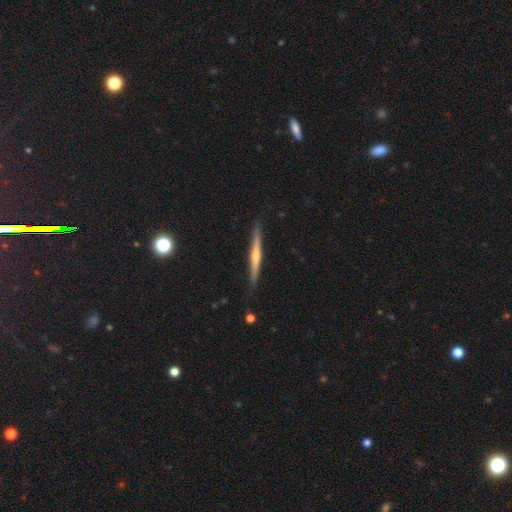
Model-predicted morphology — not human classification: Smooth or featured: featured or disk — 70% (smooth — 24%)
Edge-on disk: yes — 98% (no — 2%)
Edge-on bulge: rounded — 67% (none — 27%)
Merging: none — 88% (minor disturbance — 9%)